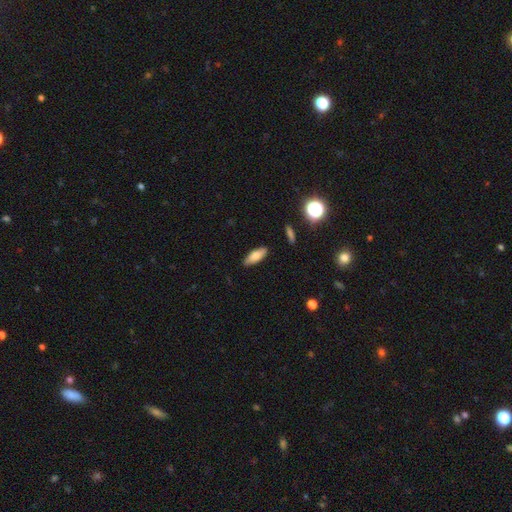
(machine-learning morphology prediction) A smooth galaxy with no disk features (78%) that is in between round and cigar-shaped (70%).

Vote fractions:
- Smooth or featured? smooth: 78% / featured or disk: 14% / star or artifact: 8%
- How rounded? in between: 70% / cigar-shaped: 28% / round: 2%
- Merging? none: 86% / minor disturbance: 11% / major disturbance: 2% / merger: 1%